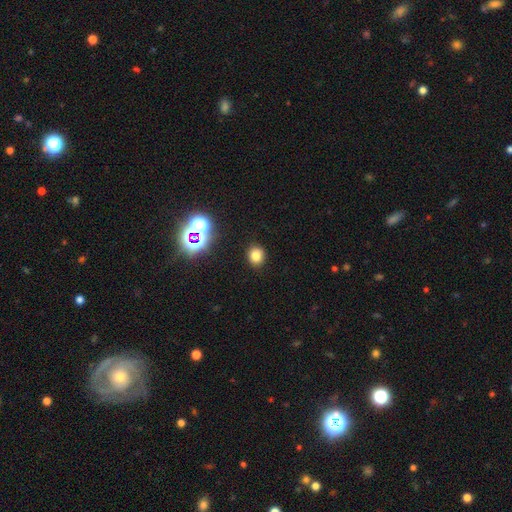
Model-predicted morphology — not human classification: A smooth galaxy with no disk features (77%) that is round (74%).

Vote fractions:
- Smooth or featured? smooth: 77% / star or artifact: 17% / featured or disk: 6%
- How rounded? round: 74% / in between: 25% / cigar-shaped: 1%
- Merging? none: 90% / minor disturbance: 7% / major disturbance: 2% / merger: 2%